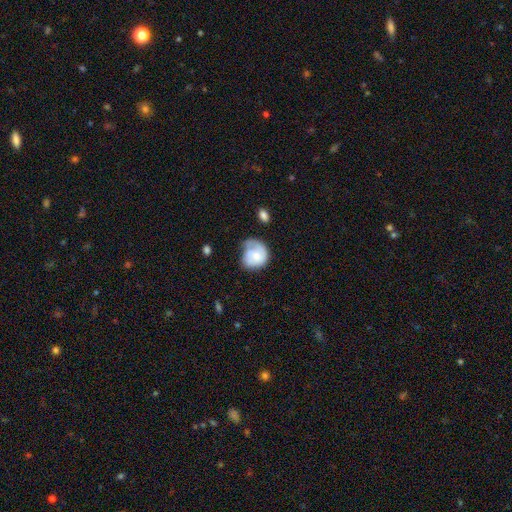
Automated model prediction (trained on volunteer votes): smooth 59%, featured or disk 34%, star or artifact 7%. Down the decision tree: how rounded — round (69%); merging — minor disturbance (34%, tied with none).